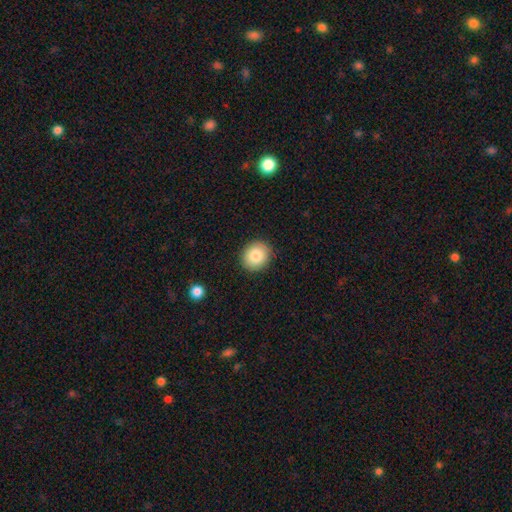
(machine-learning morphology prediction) type=smooth (82%); roundness=round (79%); merging=none (90%).